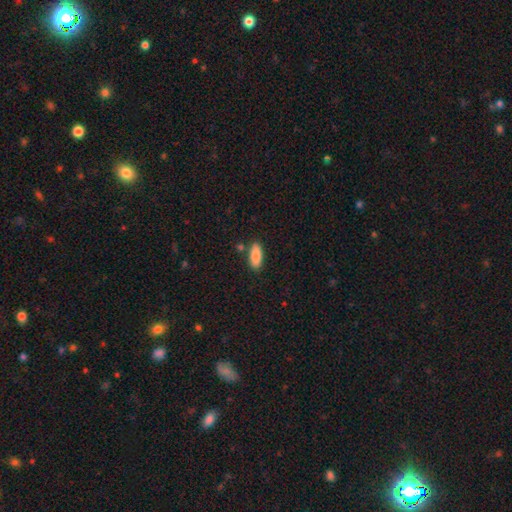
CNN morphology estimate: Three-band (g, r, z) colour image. It shows a smooth galaxy with no disk features (87%) that is in between round and cigar-shaped (78%). Merging: none (83%).